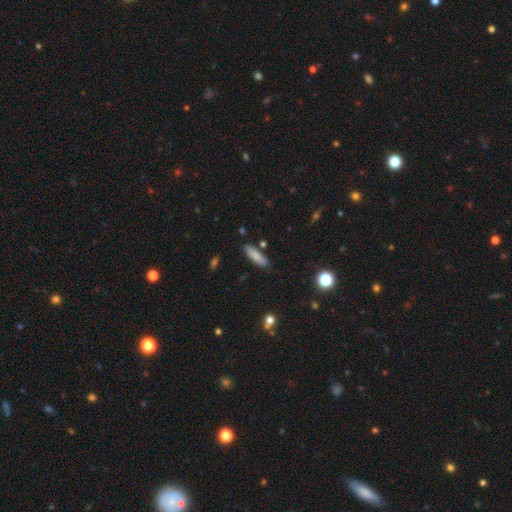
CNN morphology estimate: smooth-or-featured: smooth: 80% | featured or disk: 13% | star or artifact: 7%
  how-rounded: cigar-shaped: 60% | in between: 38% | round: 2%
  merging: none: 84% | minor disturbance: 11% | merger: 3% | major disturbance: 2%